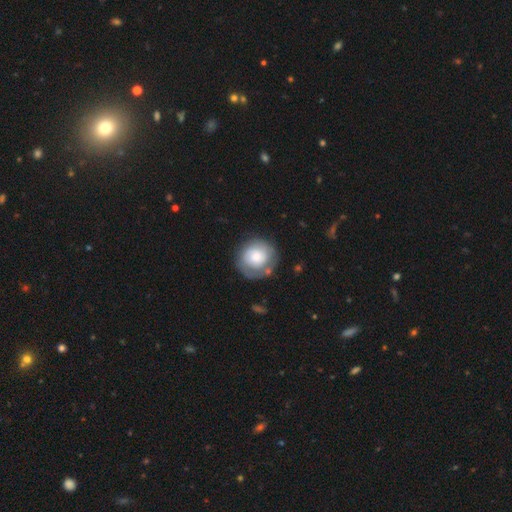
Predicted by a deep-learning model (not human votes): smooth-or-featured: smooth: 55% | featured or disk: 38% | star or artifact: 7%
  how-rounded: round: 89% | in between: 10% | cigar-shaped: 1%
  merging: none: 70% | minor disturbance: 18% | major disturbance: 8% | merger: 4%